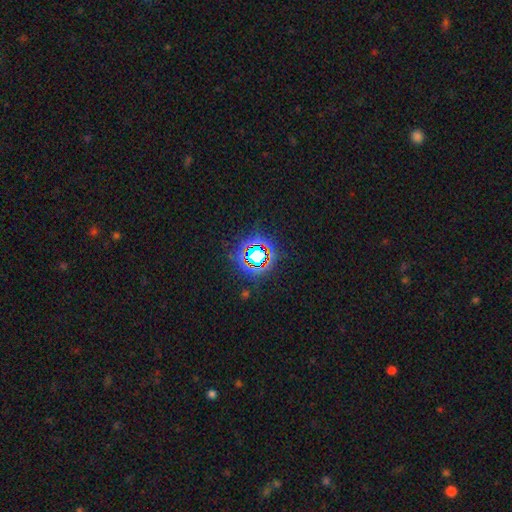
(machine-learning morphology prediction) This is likely a star or artifact rather than a galaxy (72%).